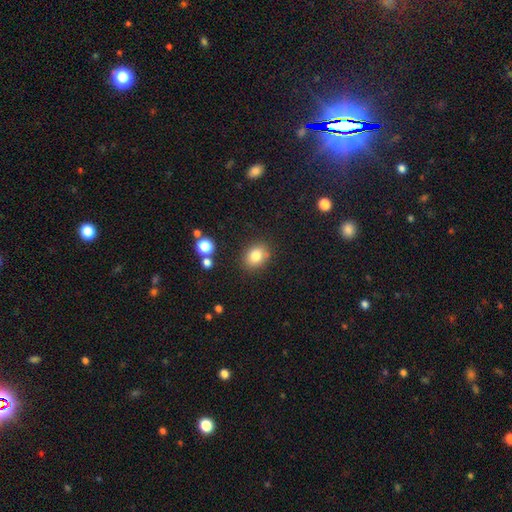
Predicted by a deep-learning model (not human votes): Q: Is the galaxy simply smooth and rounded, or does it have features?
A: smooth — 82%.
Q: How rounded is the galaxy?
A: round — 50%.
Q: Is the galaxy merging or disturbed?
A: none — 81%.